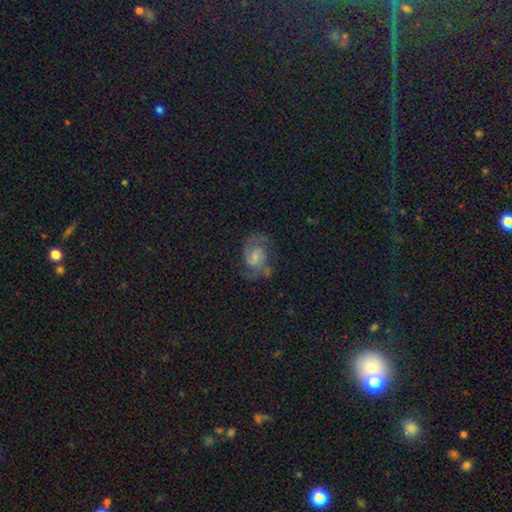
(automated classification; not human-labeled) smooth-or-featured: featured or disk: 71% | star or artifact: 16% | smooth: 13%
  disk-edge-on: no: 98% | yes: 2%
    bar: no: 48% | weak: 42% | strong: 9%
    has-spiral-arms: yes: 95% | no: 5%
      spiral-winding: medium: 55% | tight: 27% | loose: 18%
      spiral-arm-count: 2: 88% | can't tell: 5% | 1: 2% | 3: 2% | 4: 1% | more than 4: 1%
    bulge-size: small: 47% | moderate: 31% | none: 14% | large: 6% | dominant: 2%
  merging: none: 70% | minor disturbance: 17% | major disturbance: 10% | merger: 3%